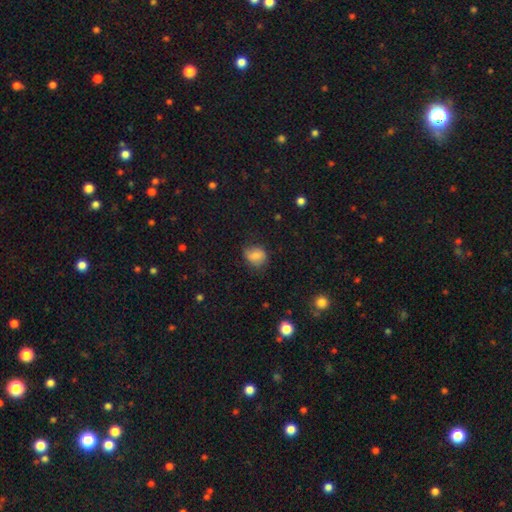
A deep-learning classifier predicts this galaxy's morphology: Smooth or featured? Predicted: smooth (p=0.75). How rounded? Predicted: round (p=0.54). Merging? Predicted: none (p=0.66).